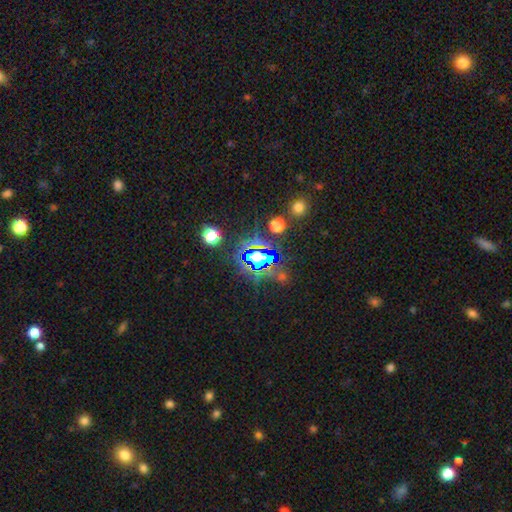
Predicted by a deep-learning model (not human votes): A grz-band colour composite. It shows a star or artifact, not a galaxy (71%).